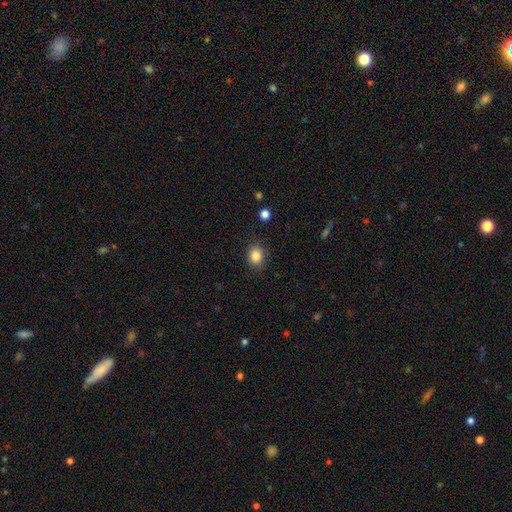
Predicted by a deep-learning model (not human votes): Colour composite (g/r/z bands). It shows a smooth galaxy with no disk features (85%) that is in between round and cigar-shaped (52%). Merging: none (85%).